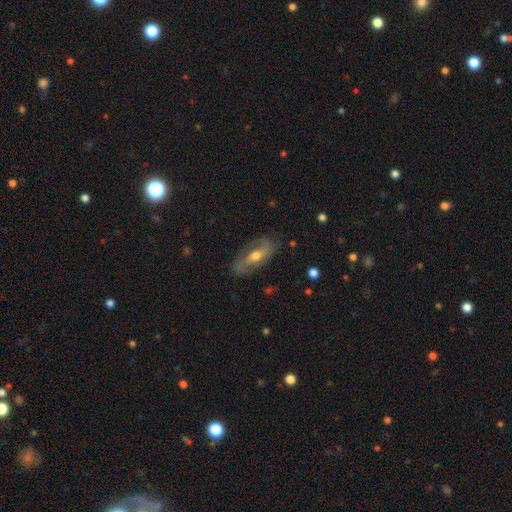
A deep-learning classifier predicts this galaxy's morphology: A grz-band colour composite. It shows a featured or disk galaxy (70%) with no bar (35%, tied with weak), spiral arms (78%) and a moderate central bulge (68%). Merging: none (80%).